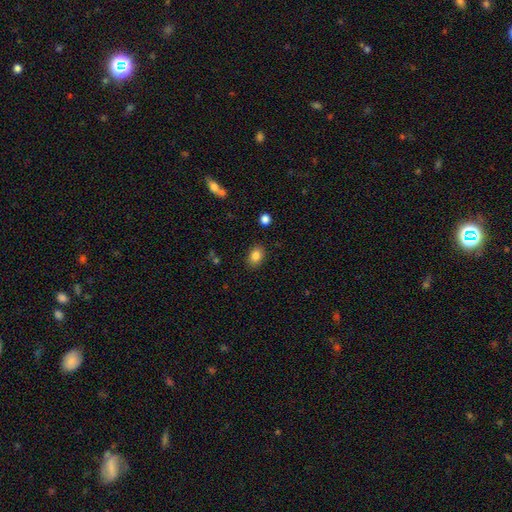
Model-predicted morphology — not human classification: Smooth or featured?
  - smooth: 85% *
  - star or artifact: 9%
  - featured or disk: 6%
How rounded?
  - in between: 76% *
  - round: 22%
  - cigar-shaped: 1%
Merging?
  - none: 85% *
  - minor disturbance: 10%
  - major disturbance: 3%
  - merger: 2%